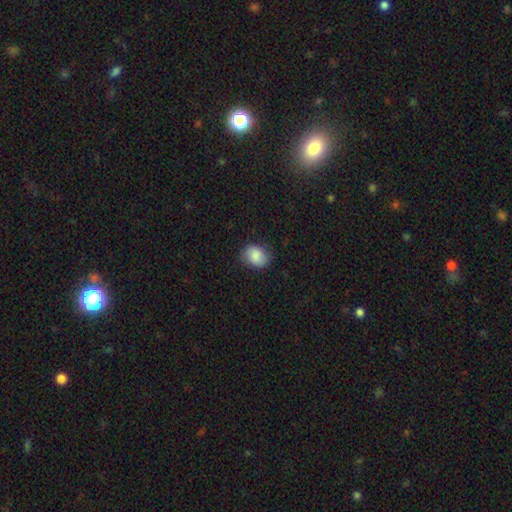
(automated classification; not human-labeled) Overall: smooth (84%). How rounded: in between (64%; round 35%). Merging: none (76%).